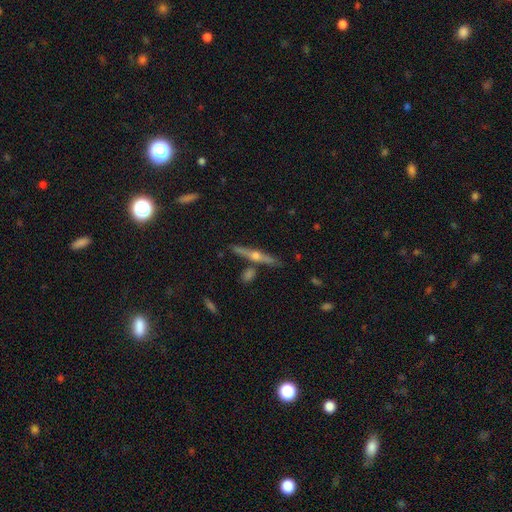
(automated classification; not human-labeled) This is likely a featured or disk galaxy (75%). It is clearly viewed edge-on (97%). Edge-on bulge: clearly rounded (92%). Merging: clearly none (82%).